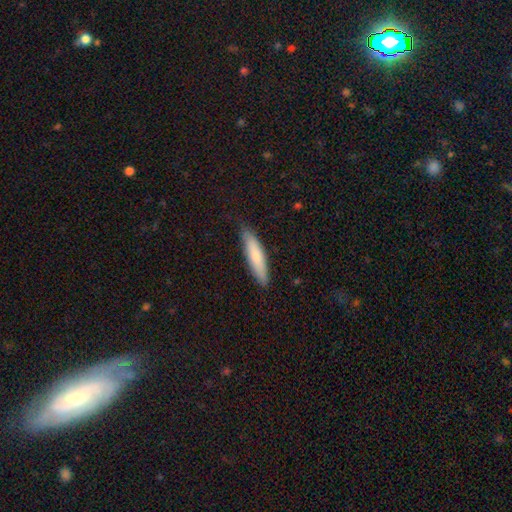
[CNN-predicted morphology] Smooth or featured? Predicted: smooth (p=0.76). How rounded? Predicted: cigar-shaped (p=0.79). Merging? Predicted: none (p=0.82).